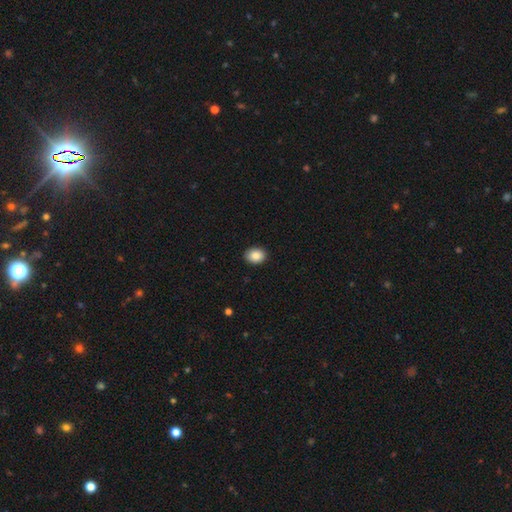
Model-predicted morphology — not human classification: Smooth or featured?
  - smooth: 87% *
  - star or artifact: 8%
  - featured or disk: 5%
How rounded?
  - in between: 60% *
  - round: 39%
  - cigar-shaped: 1%
Merging?
  - none: 91% *
  - minor disturbance: 7%
  - major disturbance: 2%
  - merger: 1%